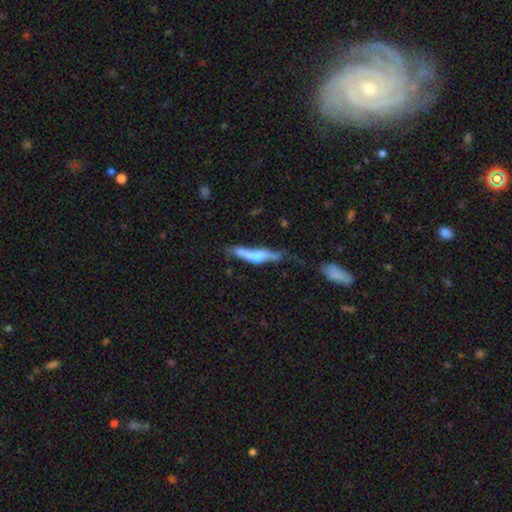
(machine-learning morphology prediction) The model was most divided on "merging": none: 44%, minor disturbance: 28%, major disturbance: 18%, merger: 10%. More confident: edge-on disk — yes (83%); smooth or featured — featured or disk (56%).